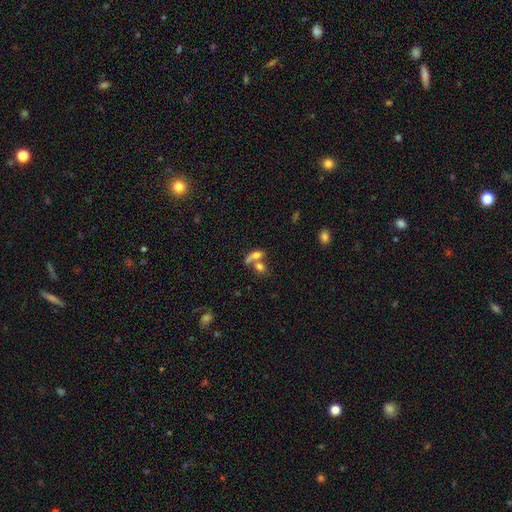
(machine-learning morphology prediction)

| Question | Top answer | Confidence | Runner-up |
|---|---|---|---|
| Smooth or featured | smooth | 62% | featured or disk (27%) |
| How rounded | in between | 59% | cigar-shaped (27%) |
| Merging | merger | 55% | none (30%) |